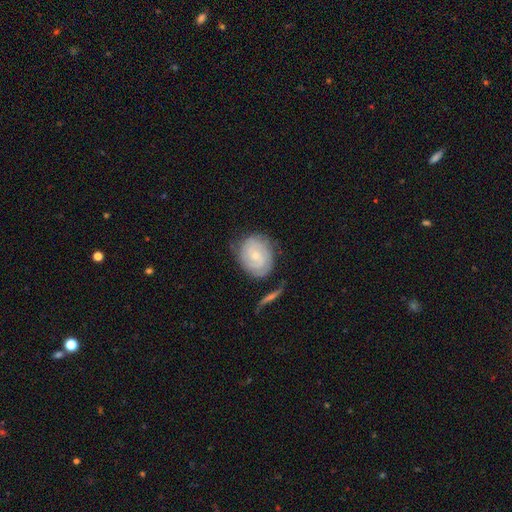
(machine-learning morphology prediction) The model was most divided on "smooth or featured": featured or disk: 62%, smooth: 31%, star or artifact: 7%. More confident: edge-on disk — no (96%); spiral arms — yes (83%); bar — no (72%); bulge size — small (70%); merging — none (67%).